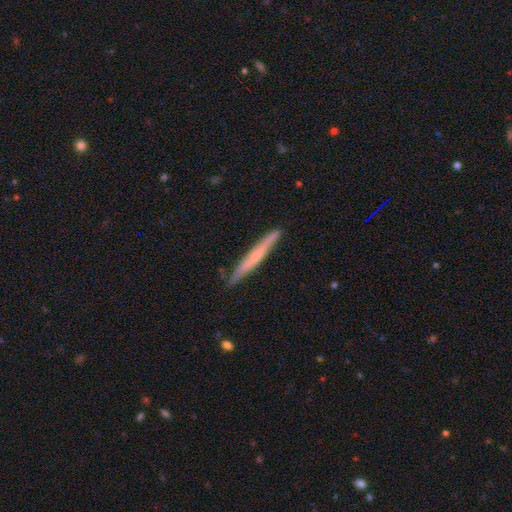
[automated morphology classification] smooth-or-featured: featured or disk: 50% | smooth: 44% | star or artifact: 6%
  merging: none: 85% | minor disturbance: 12% | major disturbance: 2% | merger: 1%